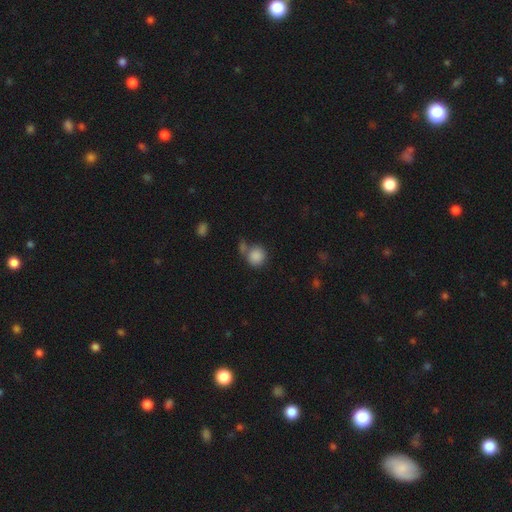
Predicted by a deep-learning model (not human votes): This is clearly a smooth galaxy (86%). How rounded: clearly round (88%). Merging: possibly none (57%).